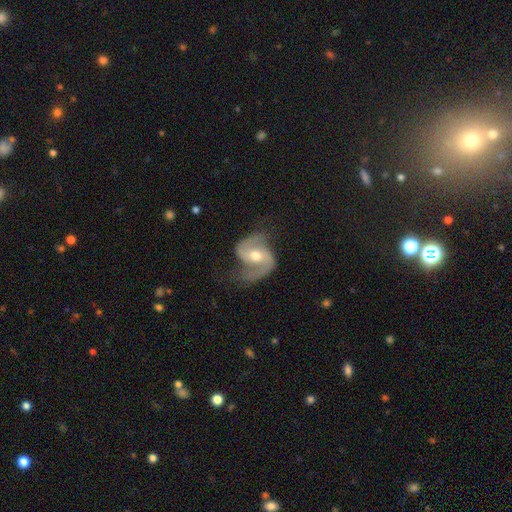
Smooth or featured: featured or disk — 90% (star or artifact — 8%)
Edge-on disk: no — 97% (yes — 3%)
Bar: no — 47% (weak — 32%)
Spiral arms: yes — 97% (no — 3%)
Spiral winding: medium — 61% (loose — 30%)
Spiral arm count: 2 — 94% (can't tell — 6%)
Bulge size: moderate — 82% (small — 9%)
Merging: none — 81% (minor disturbance — 11%)